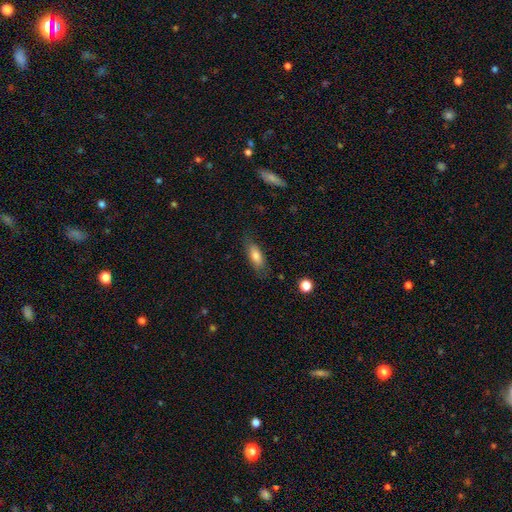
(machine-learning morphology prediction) The model was most divided on "how rounded": in between: 70%, cigar-shaped: 28%, round: 3%. More confident: merging — none (77%); smooth or featured — smooth (77%).